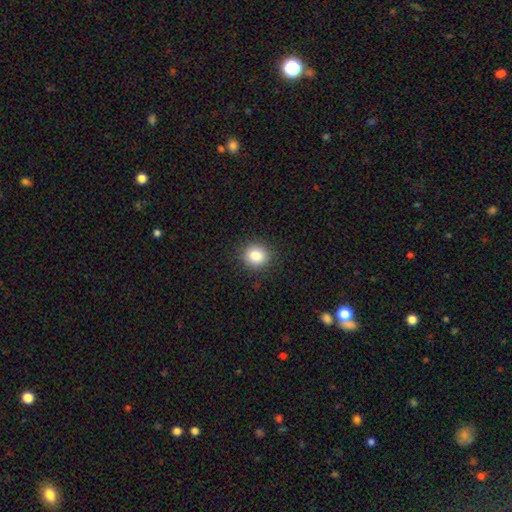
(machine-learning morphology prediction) This is clearly a smooth galaxy (85%). How rounded: clearly round (82%). Merging: clearly none (89%).